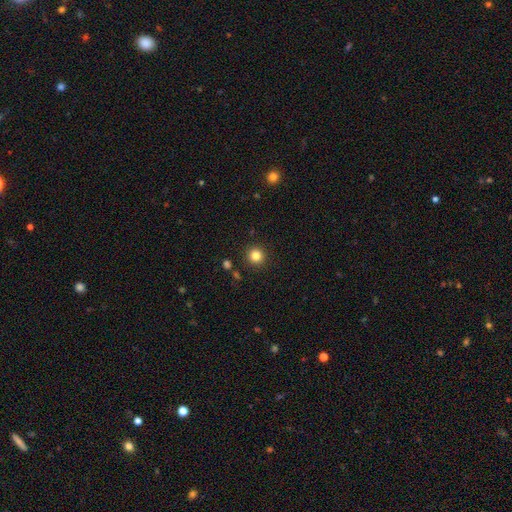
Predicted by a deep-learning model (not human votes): Smooth or featured? smooth (83%)
How rounded? round (94%)
Merging? none (91%)